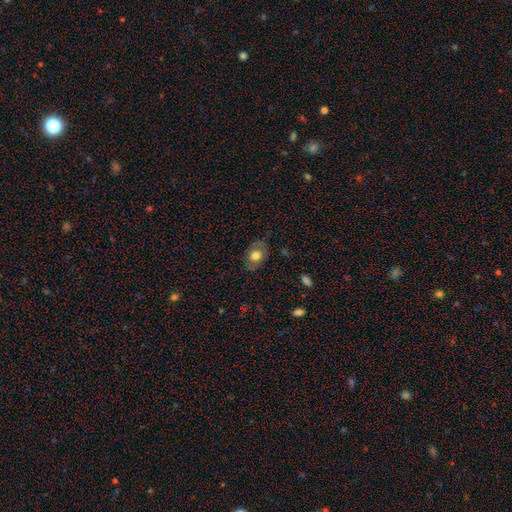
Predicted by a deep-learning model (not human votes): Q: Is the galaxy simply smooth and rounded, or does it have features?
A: smooth — 66%.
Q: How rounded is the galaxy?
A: in between — 76%.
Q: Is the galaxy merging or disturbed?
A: none — 76%.